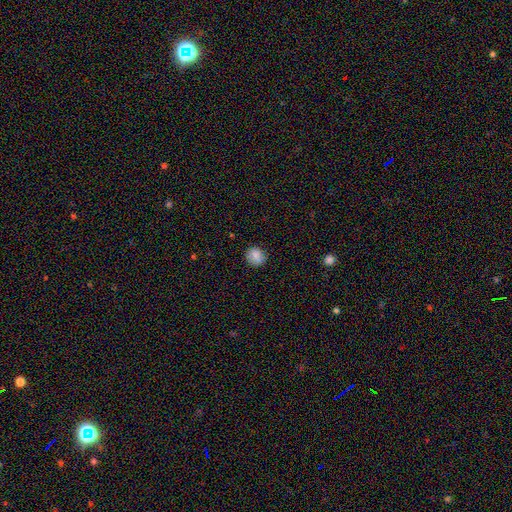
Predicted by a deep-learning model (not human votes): A smooth galaxy with no disk features (85%) that is round (76%). Merging: none (83%).